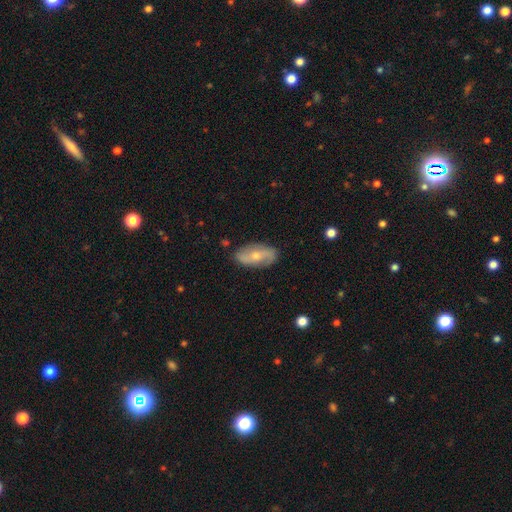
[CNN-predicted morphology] This appears to be a featured or disk galaxy (59%) with no bar (52%), spiral arms (77%) and a moderate central bulge (50%). Merging: none (83%).